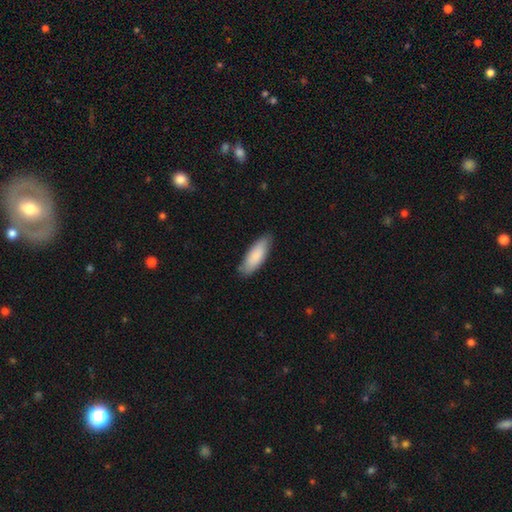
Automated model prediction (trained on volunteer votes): Morphology: type=smooth (86%); roundness=in between (64%); merging=none (83%).